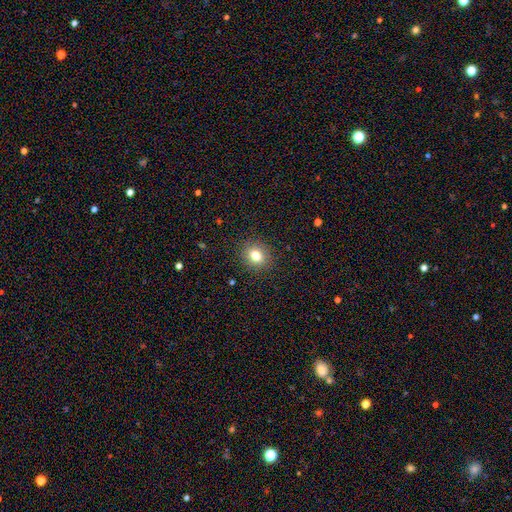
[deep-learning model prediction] A smooth galaxy with no disk features (79%) that is round (71%). Merging: none (89%).